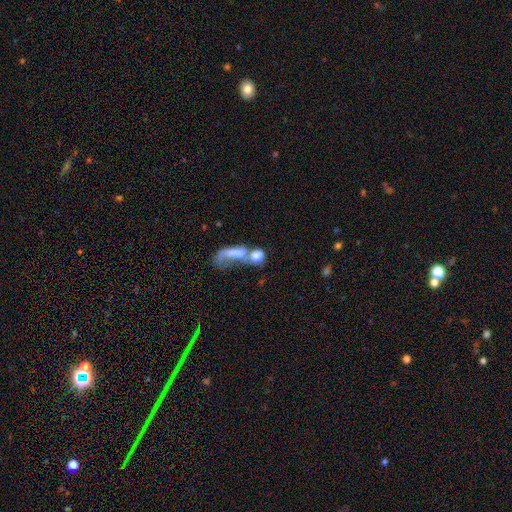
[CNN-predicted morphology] A smooth galaxy with no disk features (66%) that is in between round and cigar-shaped (50%). Merging: merger (59%).